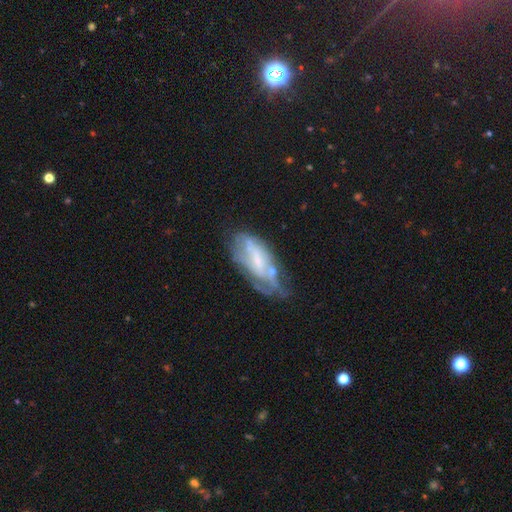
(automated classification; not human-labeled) Q: Smooth or featured?
A: featured or disk (57%); runner-up: smooth (31%)
Q: Edge-on disk?
A: no (83%); runner-up: yes (17%)
Q: Merging?
A: none (42%); runner-up: minor disturbance (31%)